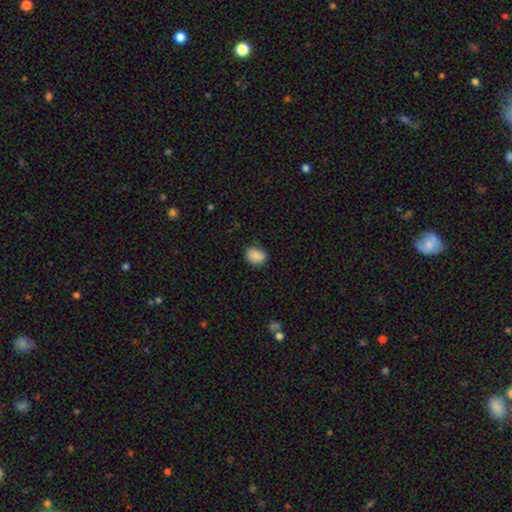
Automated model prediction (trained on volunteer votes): This appears to be a smooth galaxy with no disk features (86%) that is in between round and cigar-shaped (50%). Merging: none (80%).